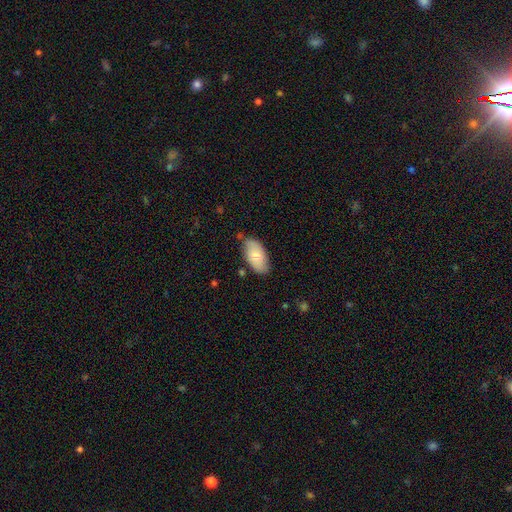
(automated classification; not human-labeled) Smooth or featured? Predicted: smooth (p=0.77). How rounded? Predicted: in between (p=0.94). Merging? Predicted: none (p=0.75).